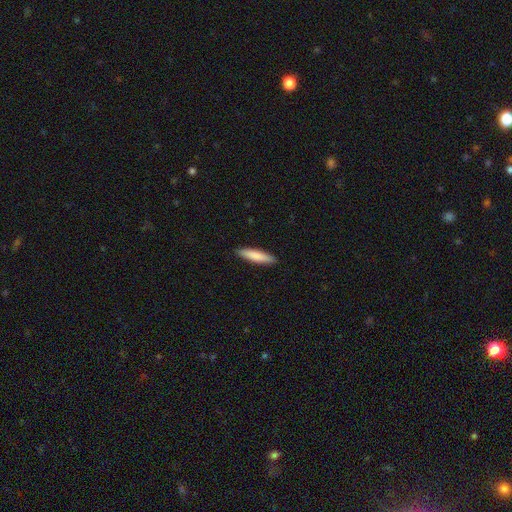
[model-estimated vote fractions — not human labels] Smooth or featured? smooth (82%)
How rounded? cigar-shaped (83%)
Merging? none (90%)